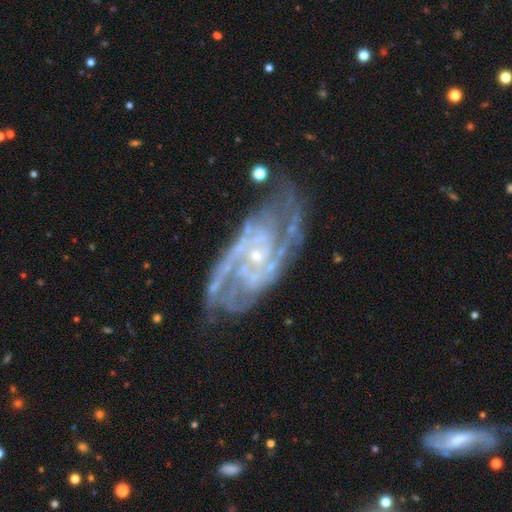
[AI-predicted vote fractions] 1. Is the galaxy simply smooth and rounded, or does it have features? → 91% featured or disk, 5% star or artifact, 4% smooth.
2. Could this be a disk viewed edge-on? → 96% no, 4% yes.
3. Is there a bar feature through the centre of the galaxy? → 64% no, 28% weak, 9% strong.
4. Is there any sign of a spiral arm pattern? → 97% yes, 3% no.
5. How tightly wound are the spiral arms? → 48% tight, 43% medium, 9% loose.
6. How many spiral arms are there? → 47% 2, 18% 3, 16% can't tell, 8% 4, 5% more than 4, 5% 1.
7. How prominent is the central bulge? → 76% small, 18% moderate, 3% none, 1% large, 1% dominant.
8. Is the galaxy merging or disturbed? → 68% none, 19% minor disturbance, 10% major disturbance, 3% merger.